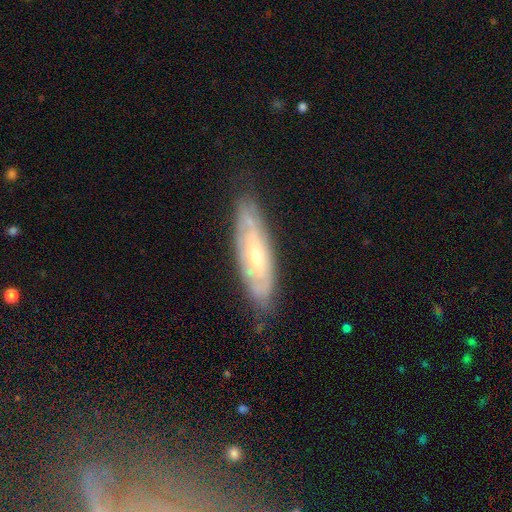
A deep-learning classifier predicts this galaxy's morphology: smooth_or_featured: featured or disk (p=0.70) [alt: smooth p=0.23]
disk_edge_on: no (p=0.71) [alt: yes p=0.29]
merging: none (p=0.77) [alt: minor disturbance p=0.18]